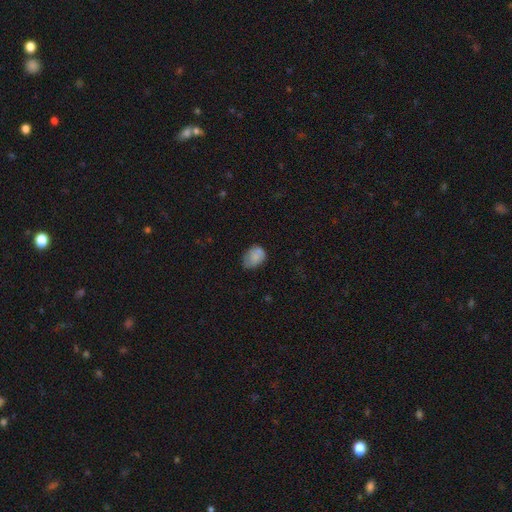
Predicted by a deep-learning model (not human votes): Morphology: type=smooth (79%); roundness=in between (74%); merging=none (50%).